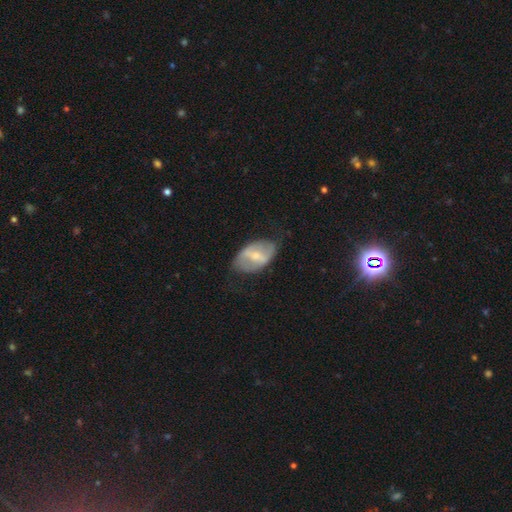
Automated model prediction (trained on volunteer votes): This appears to be a featured or disk galaxy (59%) with a strong bar (50%), no spiral arms (53%) and a small central bulge (48%). Merging: none (65%).